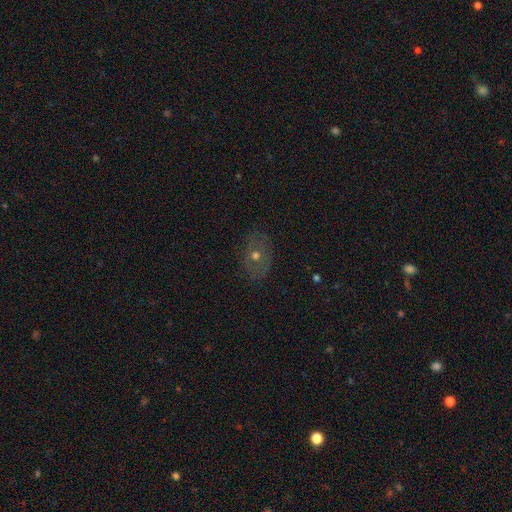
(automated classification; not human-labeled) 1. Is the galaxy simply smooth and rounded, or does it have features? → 45% featured or disk, 39% smooth, 17% star or artifact.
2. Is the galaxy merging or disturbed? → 78% none, 15% minor disturbance, 5% major disturbance, 1% merger.